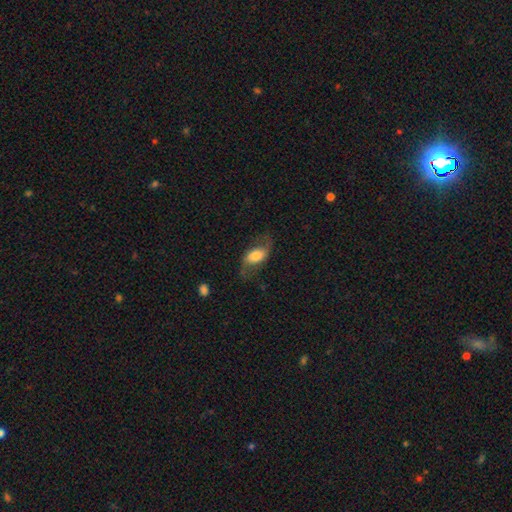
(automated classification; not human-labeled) smooth_or_featured: smooth (p=0.47) [alt: featured or disk p=0.45]
merging: none (p=0.60) [alt: minor disturbance p=0.21]